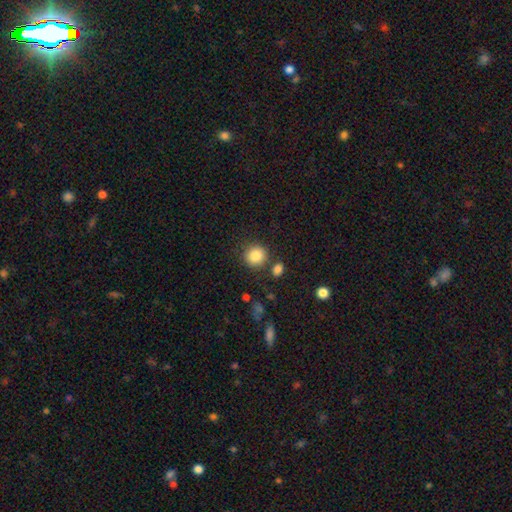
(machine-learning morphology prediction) smooth 85%, star or artifact 10%, featured or disk 5%. Down the decision tree: how rounded — round (90%); merging — none (80%).